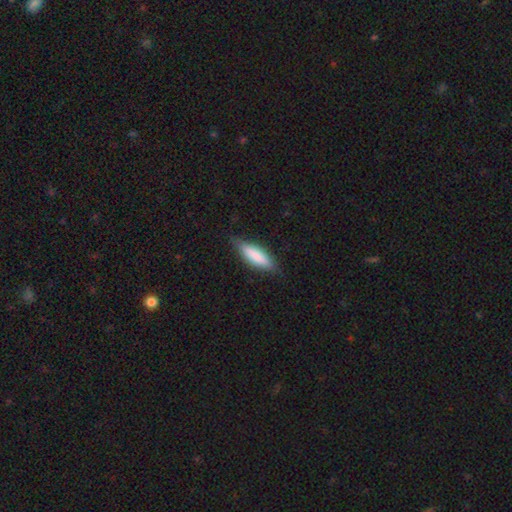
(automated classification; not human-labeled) A smooth galaxy with no disk features (76%) that is cigar-shaped (56%).

Vote fractions:
- Smooth or featured? smooth: 76% / featured or disk: 18% / star or artifact: 6%
- How rounded? cigar-shaped: 56% / in between: 43% / round: 2%
- Merging? none: 78% / minor disturbance: 18% / major disturbance: 3% / merger: 1%